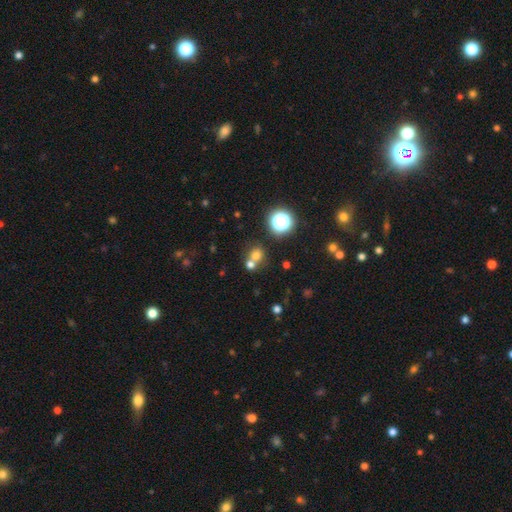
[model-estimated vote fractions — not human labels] smooth-or-featured: smooth: 66% | star or artifact: 23% | featured or disk: 10%
  how-rounded: round: 80% | in between: 19% | cigar-shaped: 1%
  merging: none: 50% | merger: 41% | minor disturbance: 7% | major disturbance: 3%